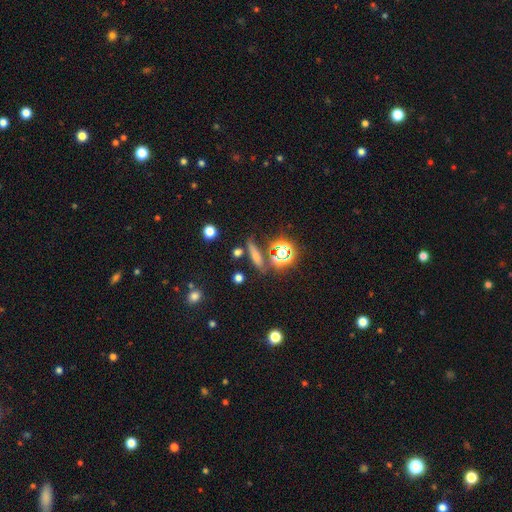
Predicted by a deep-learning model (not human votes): A smooth galaxy with no disk features (53%) that is cigar-shaped (67%). Merging: none (77%).